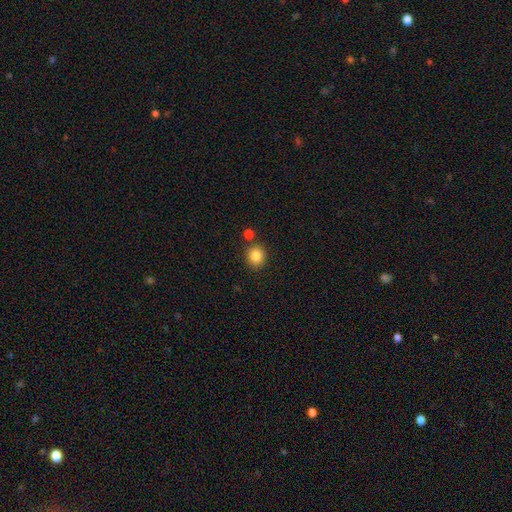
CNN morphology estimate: smooth-or-featured: smooth: 85% | star or artifact: 10% | featured or disk: 5%
  how-rounded: round: 83% | in between: 17% | cigar-shaped: 1%
  merging: none: 83% | minor disturbance: 8% | merger: 7% | major disturbance: 2%